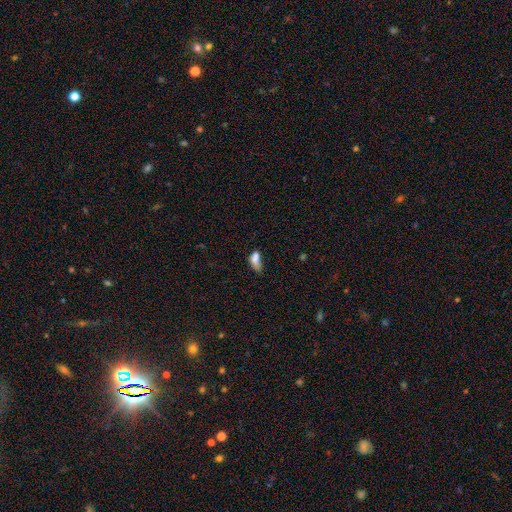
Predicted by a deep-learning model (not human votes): smooth_or_featured: smooth (p=0.75) [alt: featured or disk p=0.13]
how_rounded: in between (p=0.84) [alt: cigar-shaped p=0.08]
merging: minor disturbance (p=0.30) [tied with: major disturbance p=0.30]